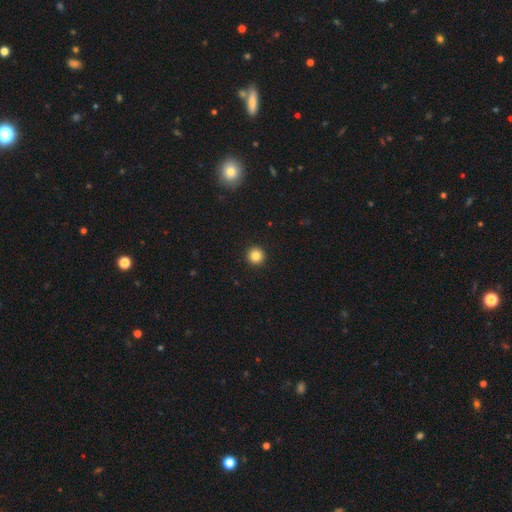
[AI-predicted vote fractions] Smooth or featured? smooth (85%)
How rounded? round (96%)
Merging? none (94%)